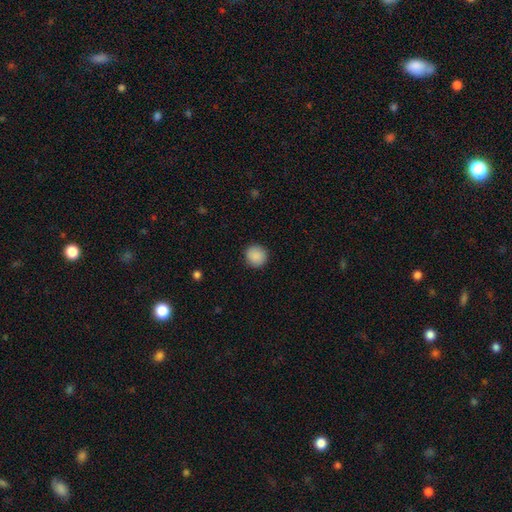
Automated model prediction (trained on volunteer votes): A smooth galaxy with no disk features (89%) that is round (94%).

Vote fractions:
- Smooth or featured? smooth: 89% / star or artifact: 8% / featured or disk: 3%
- How rounded? round: 94% / in between: 5% / cigar-shaped: 1%
- Merging? none: 91% / minor disturbance: 6% / major disturbance: 2% / merger: 1%